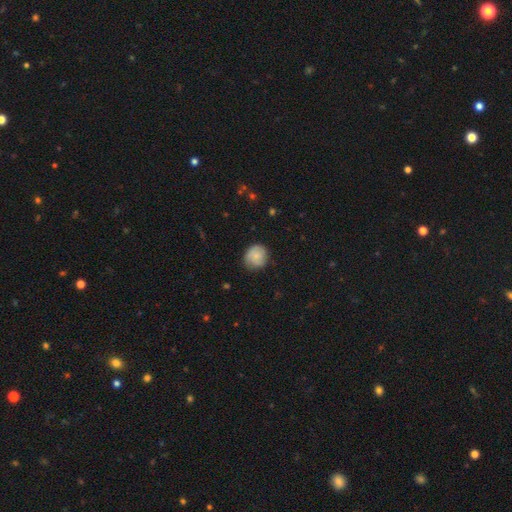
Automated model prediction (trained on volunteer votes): This appears to be a smooth galaxy with no disk features (77%) that is round (83%). Merging: none (76%).